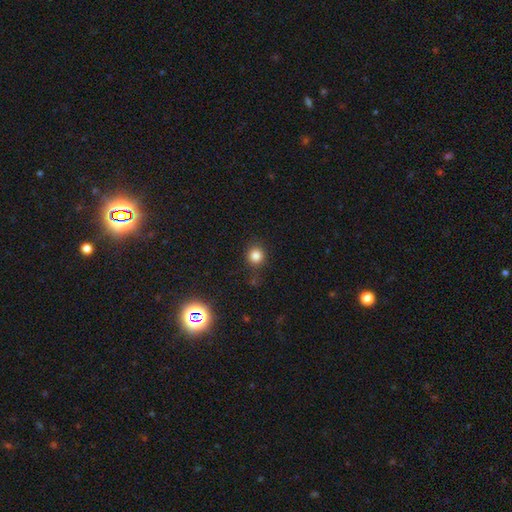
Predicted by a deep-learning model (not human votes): Smooth or featured? Predicted: smooth (p=0.82). How rounded? Predicted: round (p=0.88). Merging? Predicted: none (p=0.83).